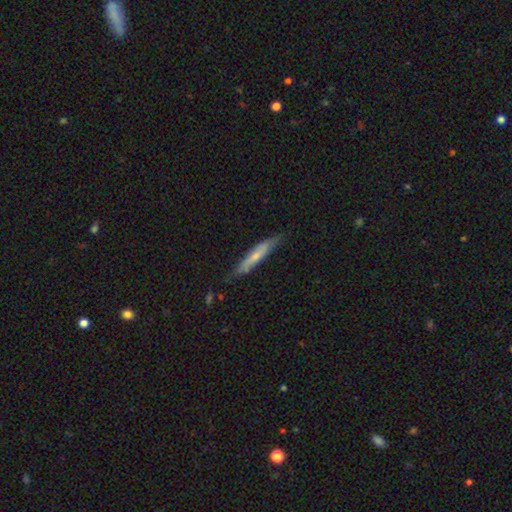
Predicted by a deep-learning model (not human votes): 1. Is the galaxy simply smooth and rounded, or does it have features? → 58% smooth, 36% featured or disk, 6% star or artifact.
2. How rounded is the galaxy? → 92% cigar-shaped, 7% in between, 1% round.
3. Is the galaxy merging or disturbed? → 79% none, 17% minor disturbance, 3% major disturbance, 2% merger.